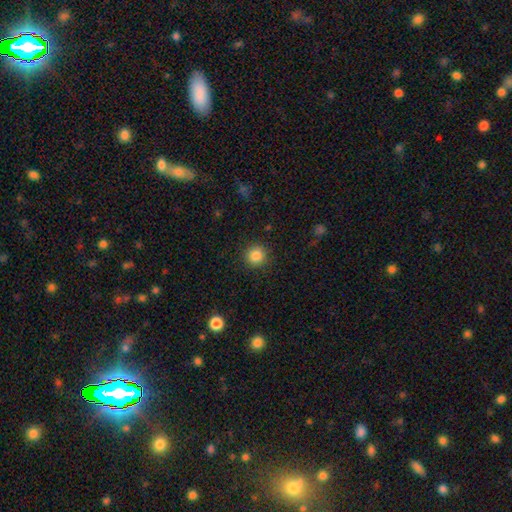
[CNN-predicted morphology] Overall: smooth (85%). How rounded: round (93%). Merging: none (91%).